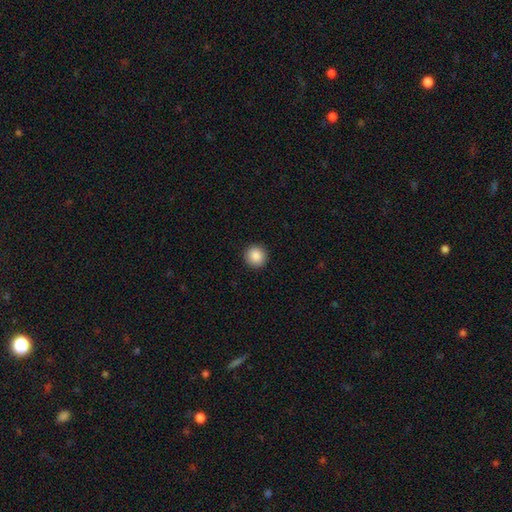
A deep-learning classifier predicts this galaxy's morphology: Overall: smooth (88%). How rounded: round (94%). Merging: none (92%).